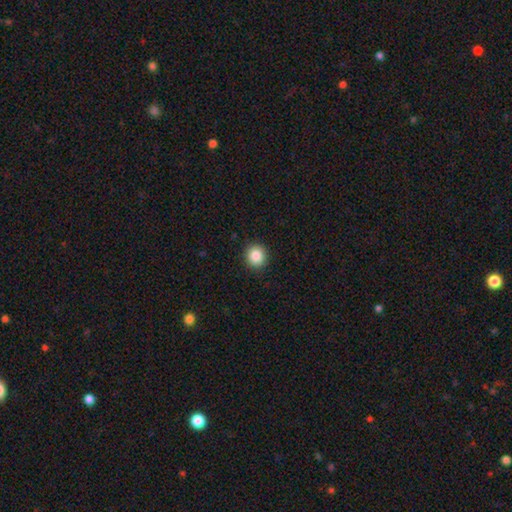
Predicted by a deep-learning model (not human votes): Smooth or featured?
  - smooth: 87% *
  - star or artifact: 9%
  - featured or disk: 4%
How rounded?
  - round: 89% *
  - in between: 10%
  - cigar-shaped: 1%
Merging?
  - none: 92% *
  - minor disturbance: 5%
  - major disturbance: 2%
  - merger: 1%